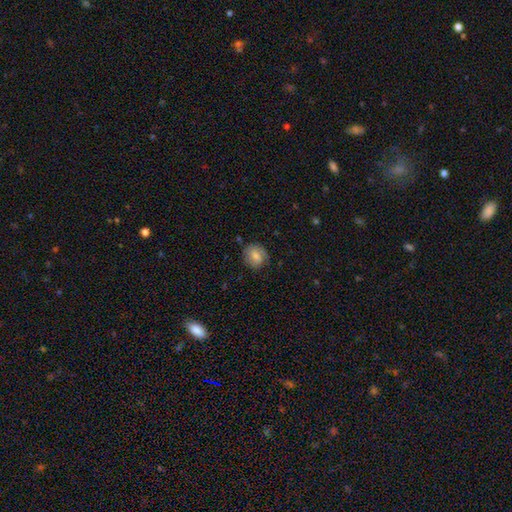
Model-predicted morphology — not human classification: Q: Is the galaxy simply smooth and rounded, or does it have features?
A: smooth — 72%.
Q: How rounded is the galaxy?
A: round — 67%.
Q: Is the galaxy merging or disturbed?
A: none — 71%.